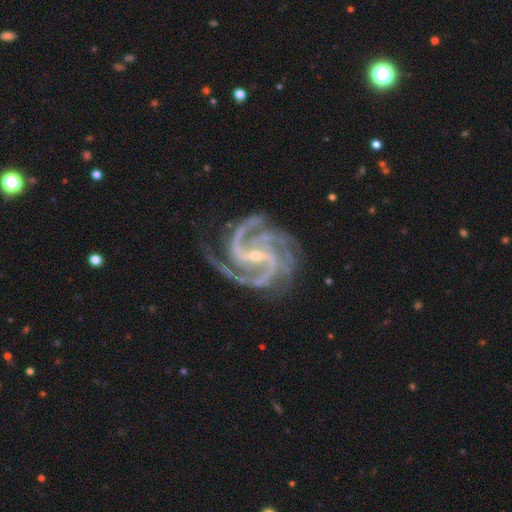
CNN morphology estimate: type=featured or disk (94%); edge-on=no (98%); bar=strong (45%); spiral arms=yes (99%); winding=medium (59%); arm count=3 (37%); bulge=small (82%); merging=none (72%).